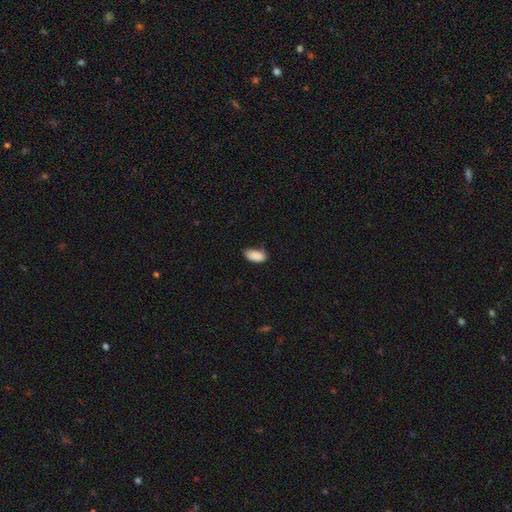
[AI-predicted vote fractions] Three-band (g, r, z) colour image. It shows a smooth galaxy with no disk features (89%) that is in between round and cigar-shaped (93%). Merging: none (65%).